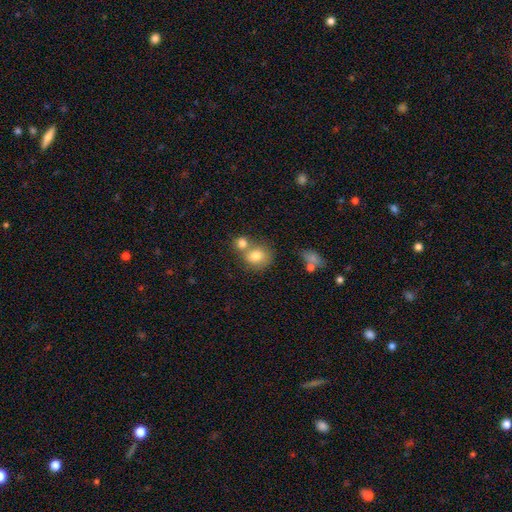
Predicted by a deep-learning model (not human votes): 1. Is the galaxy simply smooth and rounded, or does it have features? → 78% smooth, 13% featured or disk, 10% star or artifact.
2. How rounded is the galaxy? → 68% round, 31% in between, 1% cigar-shaped.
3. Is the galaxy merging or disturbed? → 46% merger, 41% none, 10% minor disturbance, 4% major disturbance.